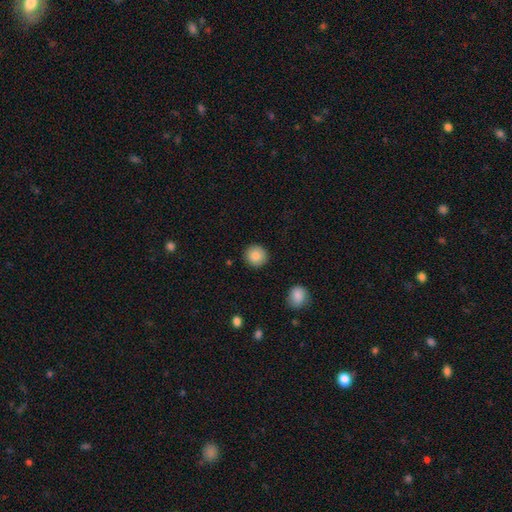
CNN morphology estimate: A smooth galaxy with no disk features (86%) that is round (94%).

Vote fractions:
- Smooth or featured? smooth: 86% / star or artifact: 8% / featured or disk: 6%
- How rounded? round: 94% / in between: 5% / cigar-shaped: 1%
- Merging? none: 91% / minor disturbance: 6% / major disturbance: 2% / merger: 1%